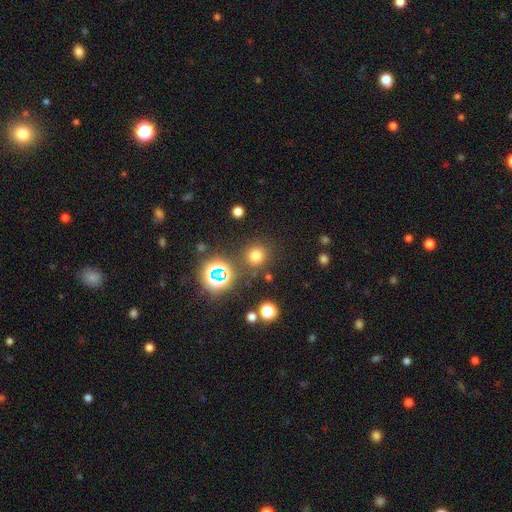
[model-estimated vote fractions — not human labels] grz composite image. It shows a smooth galaxy with no disk features (69%) that is round (92%). Merging: none (83%).